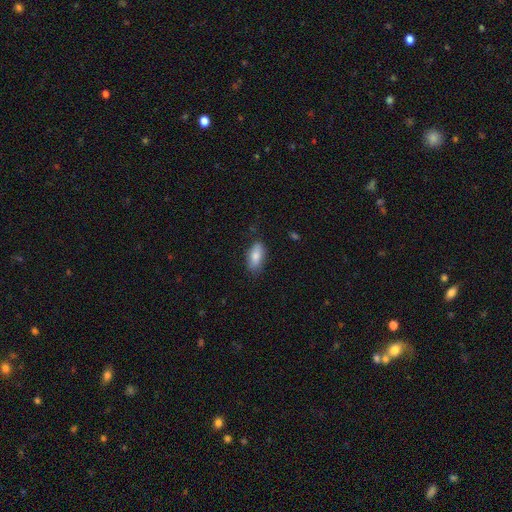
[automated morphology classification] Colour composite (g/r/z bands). It shows a smooth galaxy with no disk features (82%) that is in between round and cigar-shaped (86%). Merging: none (80%).